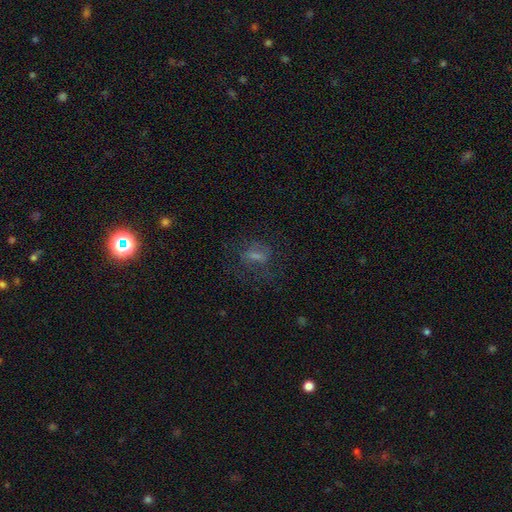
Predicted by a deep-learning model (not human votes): A smooth galaxy with no disk features (35%, tied with featured or disk).

Vote fractions:
- Smooth or featured? smooth: 35% (tied) / featured or disk: 35% (tied) / star or artifact: 30%
- Merging? none: 60% / major disturbance: 20% / minor disturbance: 18% / merger: 2%